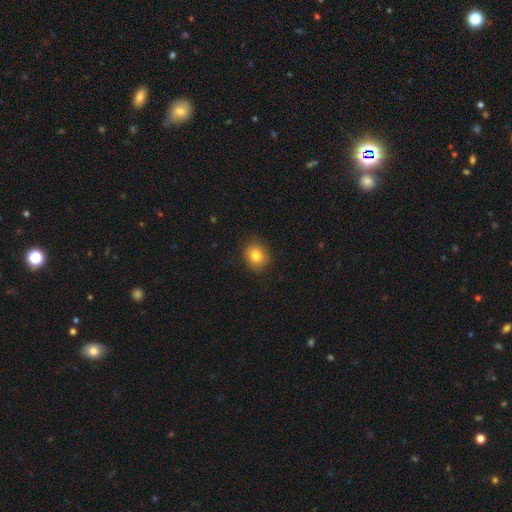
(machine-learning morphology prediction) Overall: smooth (82%). How rounded: round (69%; in between 30%). Merging: none (84%).